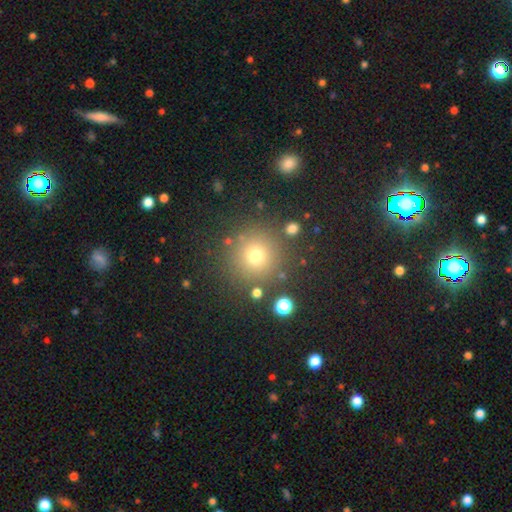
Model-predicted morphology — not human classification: smooth_or_featured: smooth (p=0.71) [alt: star or artifact p=0.19]
how_rounded: round (p=0.95) [alt: in between p=0.04]
merging: none (p=0.86) [alt: minor disturbance p=0.07]